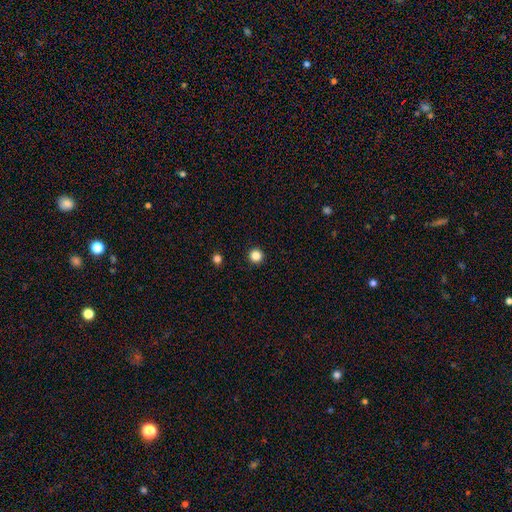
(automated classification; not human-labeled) smooth-or-featured: smooth: 85% | star or artifact: 12% | featured or disk: 3%
  how-rounded: round: 97% | in between: 2% | cigar-shaped: 1%
  merging: none: 94% | minor disturbance: 4% | major disturbance: 1% | merger: 1%